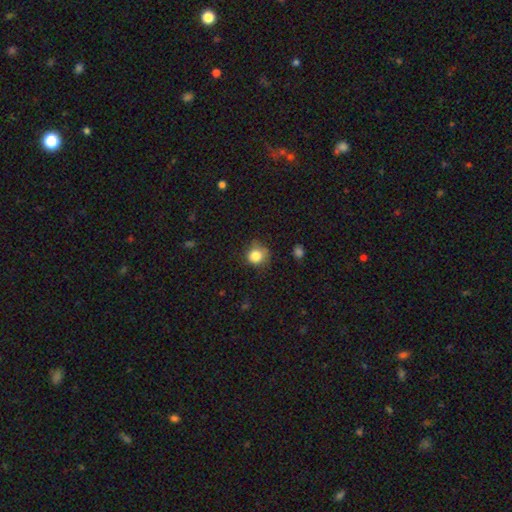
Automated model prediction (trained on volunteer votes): Smooth or featured? smooth (83%)
How rounded? round (84%)
Merging? none (62%)